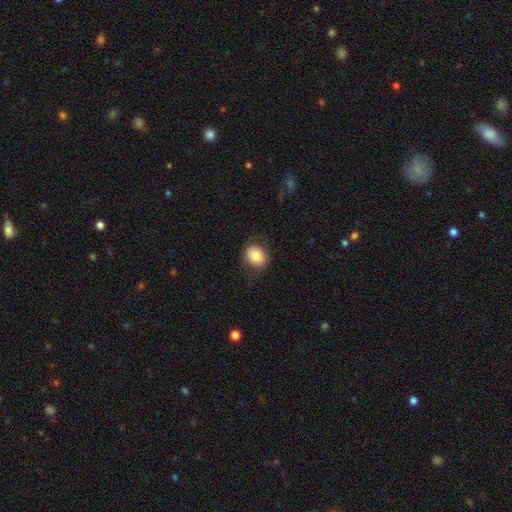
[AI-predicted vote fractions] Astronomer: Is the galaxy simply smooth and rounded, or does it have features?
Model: smooth — 80%.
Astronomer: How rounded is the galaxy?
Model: round — 57% (runner-up: in between, 42%).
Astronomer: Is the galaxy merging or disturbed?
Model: none — 80%.